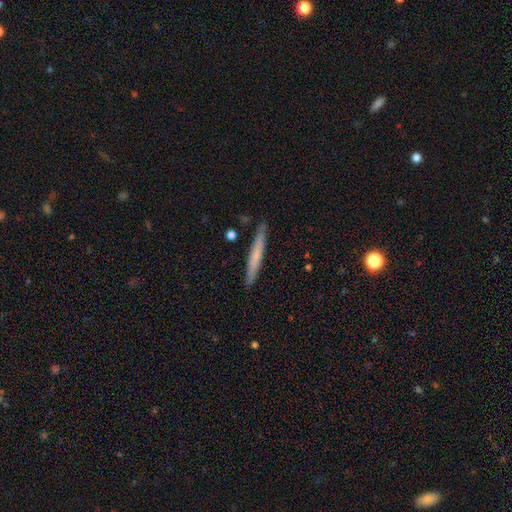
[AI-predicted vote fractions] A smooth galaxy with no disk features (61%) that is cigar-shaped (96%). Merging: none (88%).